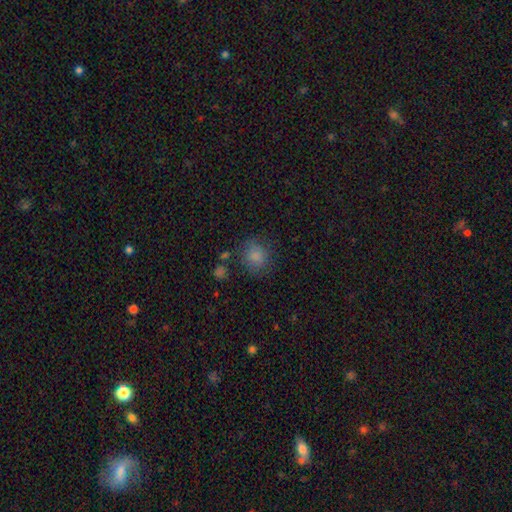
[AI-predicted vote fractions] Smooth or featured? Predicted: smooth (p=0.81). How rounded? Predicted: round (p=0.78). Merging? Predicted: none (p=0.72).